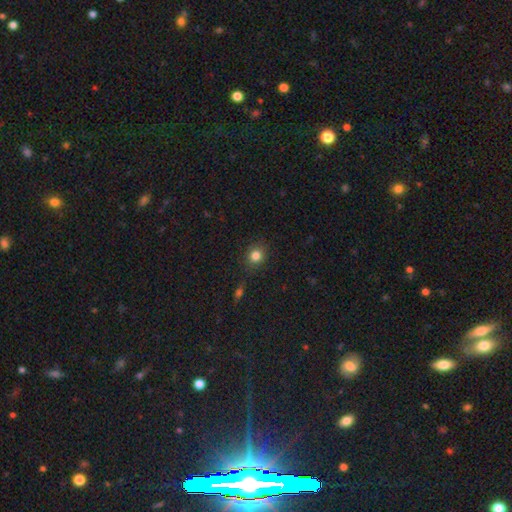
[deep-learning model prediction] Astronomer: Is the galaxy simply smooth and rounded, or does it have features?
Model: smooth — 82%.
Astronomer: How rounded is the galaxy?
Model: round — 80%.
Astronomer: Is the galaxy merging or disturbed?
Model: none — 86%.